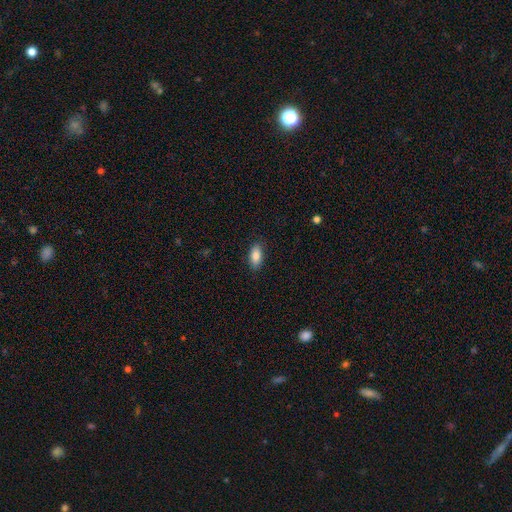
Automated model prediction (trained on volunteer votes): smooth-or-featured: smooth: 84% | featured or disk: 9% | star or artifact: 7%
  how-rounded: in between: 89% | cigar-shaped: 8% | round: 3%
  merging: none: 88% | minor disturbance: 9% | major disturbance: 2% | merger: 1%